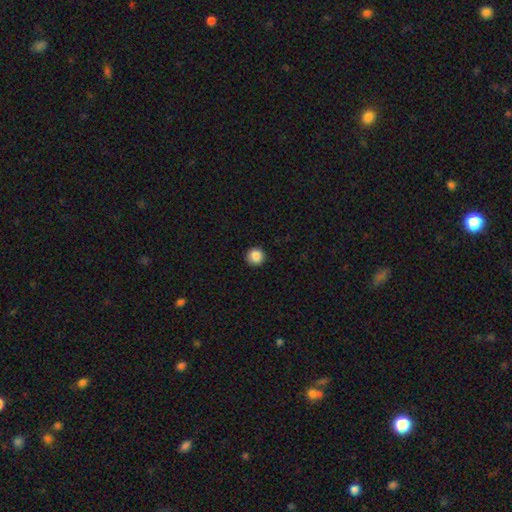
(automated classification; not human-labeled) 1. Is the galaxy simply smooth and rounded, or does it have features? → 87% smooth, 9% star or artifact, 3% featured or disk.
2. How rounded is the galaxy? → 95% round, 4% in between, 1% cigar-shaped.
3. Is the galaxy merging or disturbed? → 92% none, 5% minor disturbance, 2% major disturbance, 1% merger.